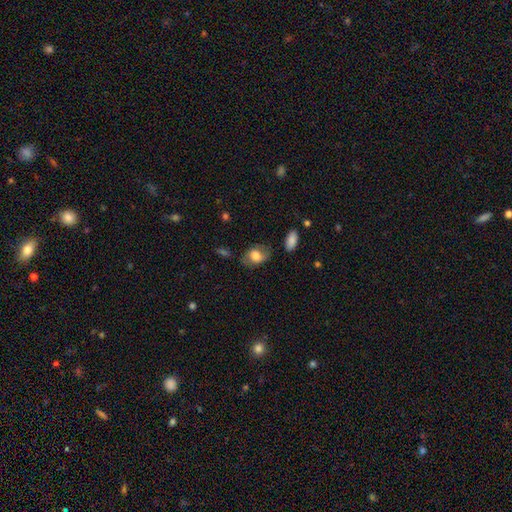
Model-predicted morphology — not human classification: smooth 59%, featured or disk 34%, star or artifact 8%. Down the decision tree: how rounded — in between (80%); merging — none (68%).